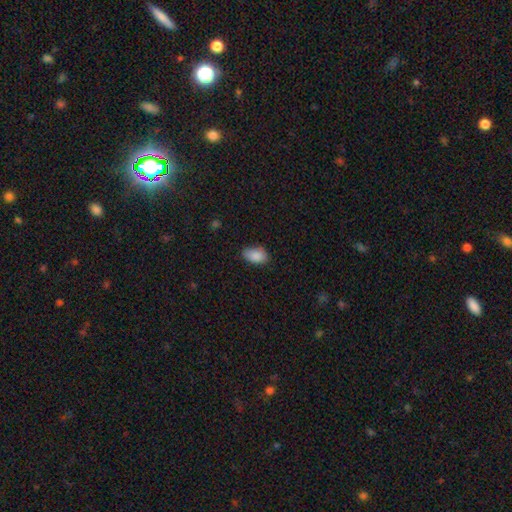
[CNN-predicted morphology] This is clearly a smooth galaxy (88%). How rounded: clearly in between (92%). Merging: likely none (74%).